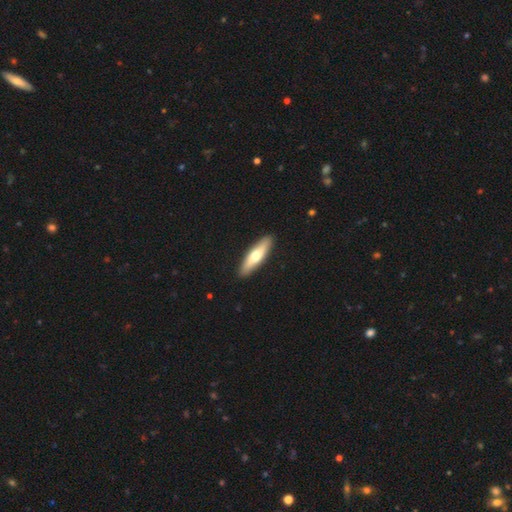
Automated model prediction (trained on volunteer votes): Smooth or featured?
  - smooth: 56% *
  - featured or disk: 39%
  - star or artifact: 4%
How rounded?
  - cigar-shaped: 71% *
  - in between: 27%
  - round: 2%
Merging?
  - none: 91% *
  - minor disturbance: 6%
  - major disturbance: 1%
  - merger: 1%